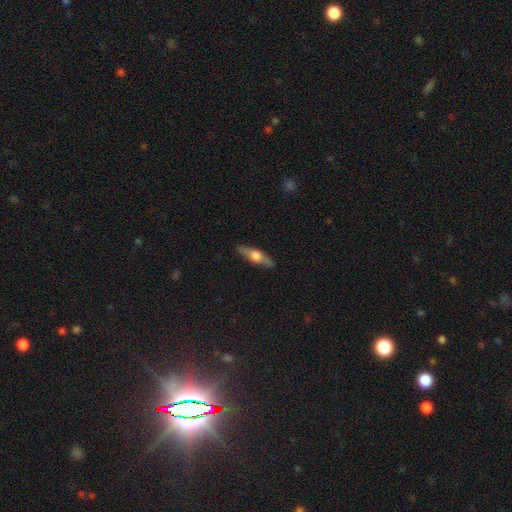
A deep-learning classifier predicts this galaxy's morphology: smooth-or-featured: featured or disk: 52% | smooth: 43% | star or artifact: 6%
  disk-edge-on: yes: 89% | no: 11%
  merging: none: 88% | minor disturbance: 9% | major disturbance: 2% | merger: 1%